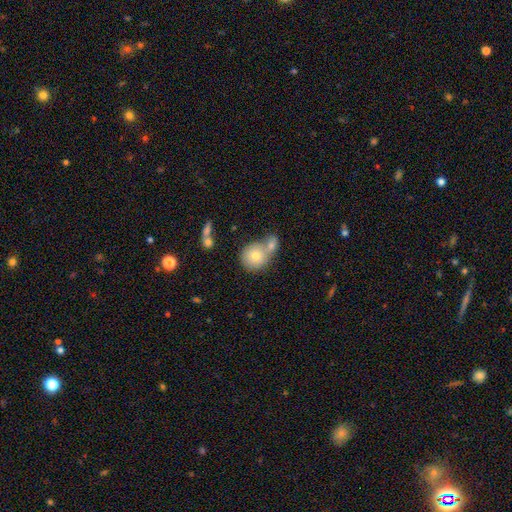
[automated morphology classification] Smooth or featured?
  - smooth: 74% *
  - featured or disk: 17%
  - star or artifact: 9%
How rounded?
  - round: 81% *
  - in between: 18%
  - cigar-shaped: 1%
Merging?
  - merger: 54% *
  - none: 34%
  - minor disturbance: 9%
  - major disturbance: 3%